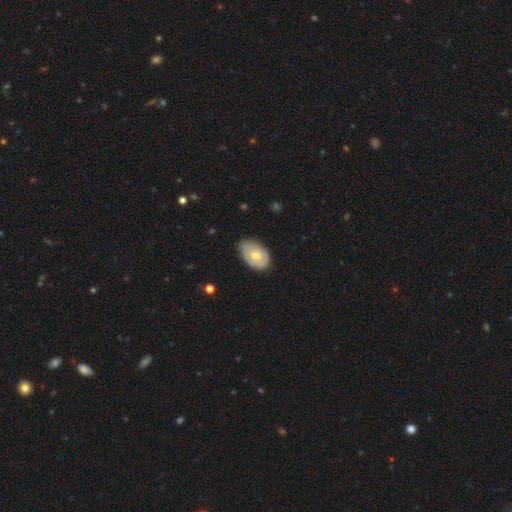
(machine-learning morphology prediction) Smooth or featured?
  - smooth: 58% *
  - featured or disk: 37%
  - star or artifact: 6%
How rounded?
  - in between: 88% *
  - round: 11%
  - cigar-shaped: 1%
Merging?
  - none: 70% *
  - minor disturbance: 25%
  - major disturbance: 4%
  - merger: 1%